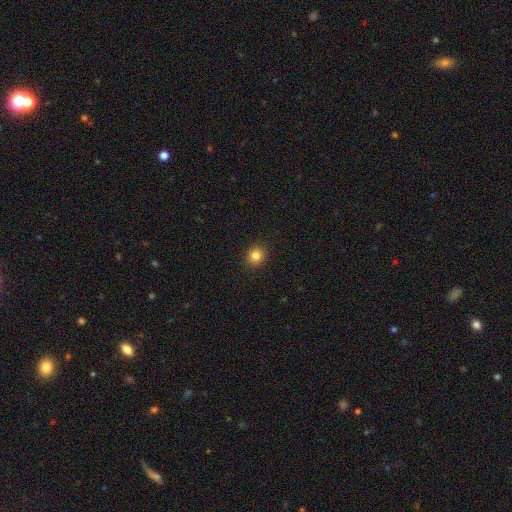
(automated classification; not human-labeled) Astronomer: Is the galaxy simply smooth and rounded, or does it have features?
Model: smooth — 82%.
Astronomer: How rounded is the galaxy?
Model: round — 74%.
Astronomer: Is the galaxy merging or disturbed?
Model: none — 91%.